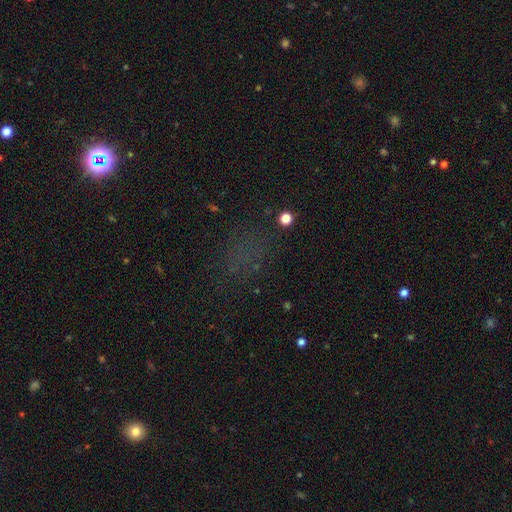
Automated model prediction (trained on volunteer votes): Smooth or featured? star or artifact (52%)